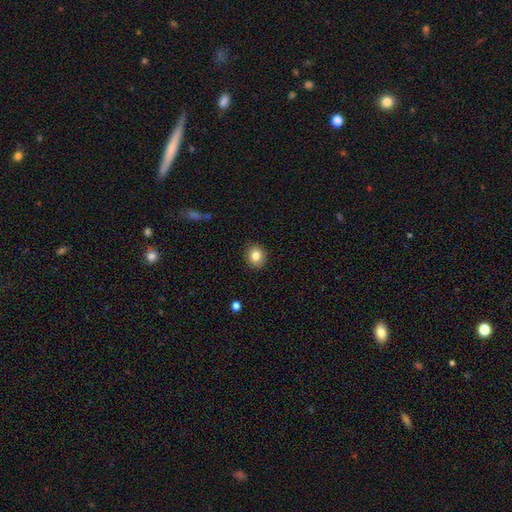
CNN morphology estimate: type=smooth (83%); roundness=round (84%); merging=none (90%).